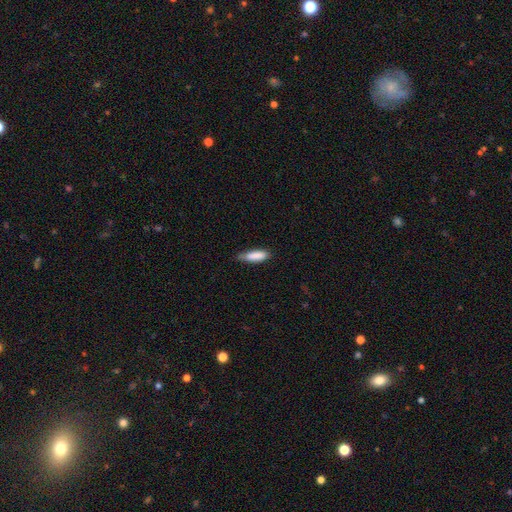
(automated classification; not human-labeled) This is clearly a smooth galaxy (85%). How rounded: possibly cigar-shaped (54%). Merging: likely none (61%).